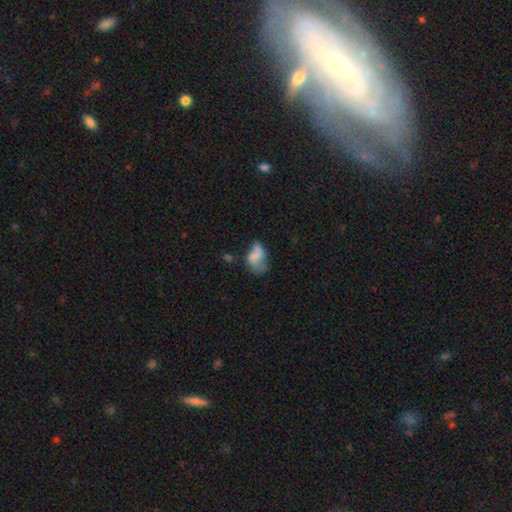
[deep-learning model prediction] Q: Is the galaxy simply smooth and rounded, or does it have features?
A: smooth — 61%.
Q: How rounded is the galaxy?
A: in between — 82%.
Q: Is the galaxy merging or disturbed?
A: major disturbance — 34%.